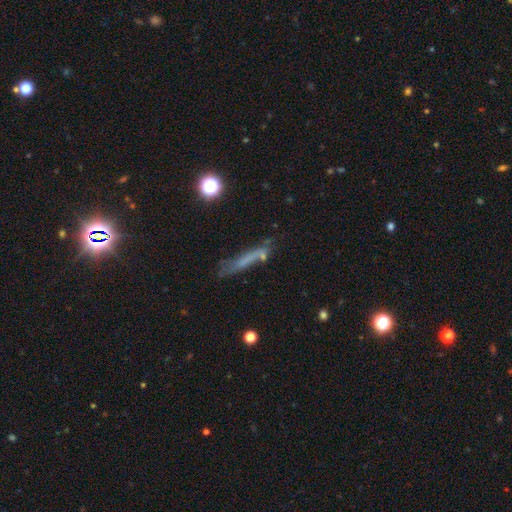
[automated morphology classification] Smooth or featured?
  - smooth: 47% *
  - featured or disk: 37%
  - star or artifact: 15%
Merging?
  - none: 58% *
  - minor disturbance: 23%
  - major disturbance: 12%
  - merger: 7%